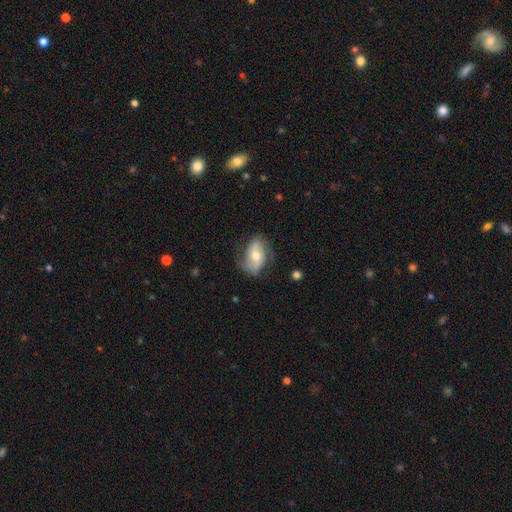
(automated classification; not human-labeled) Smooth or featured?
  - featured or disk: 53% *
  - smooth: 40%
  - star or artifact: 7%
Edge-on disk?
  - no: 94% *
  - yes: 6%
Merging?
  - none: 62% *
  - minor disturbance: 26%
  - major disturbance: 11%
  - merger: 1%